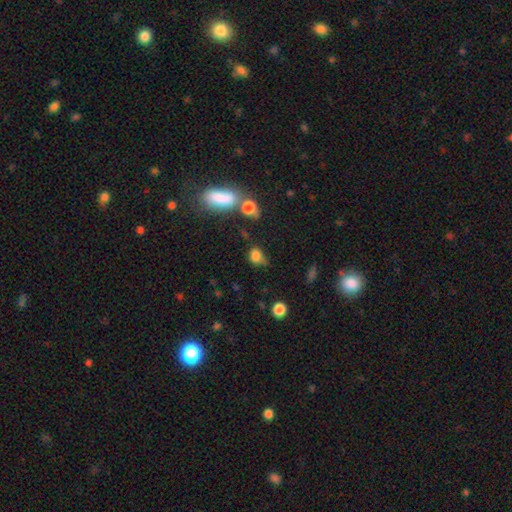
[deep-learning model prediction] smooth_or_featured: smooth (p=0.75) [alt: star or artifact p=0.16]
how_rounded: in between (p=0.56) [alt: round p=0.41]
merging: none (p=0.43) [alt: minor disturbance p=0.27]